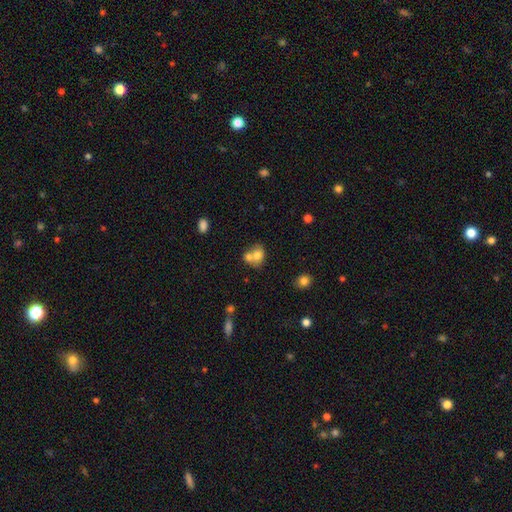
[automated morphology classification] smooth-or-featured: smooth: 71% | featured or disk: 19% | star or artifact: 11%
  how-rounded: round: 54% | in between: 45% | cigar-shaped: 1%
  merging: merger: 60% | none: 28% | minor disturbance: 8% | major disturbance: 3%